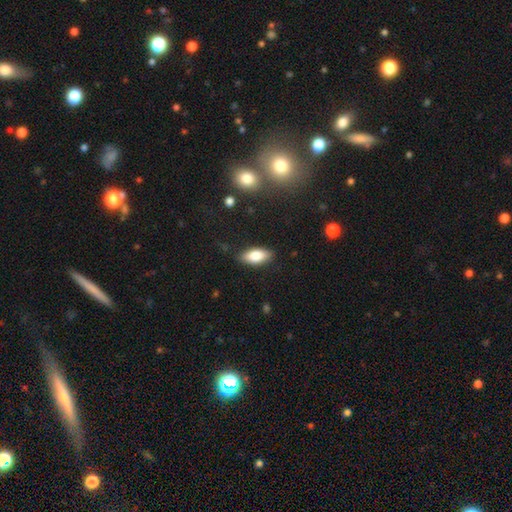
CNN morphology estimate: A smooth galaxy with no disk features (80%) that is in between round and cigar-shaped (86%).

Vote fractions:
- Smooth or featured? smooth: 80% / featured or disk: 13% / star or artifact: 7%
- How rounded? in between: 86% / cigar-shaped: 11% / round: 3%
- Merging? none: 85% / minor disturbance: 11% / major disturbance: 2% / merger: 1%